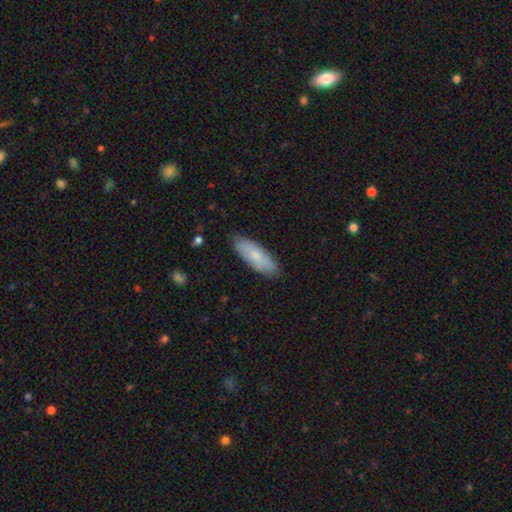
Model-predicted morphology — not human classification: smooth_or_featured: smooth (p=0.75) [alt: featured or disk p=0.19]
how_rounded: in between (p=0.66) [alt: cigar-shaped p=0.32]
merging: none (p=0.84) [alt: minor disturbance p=0.13]